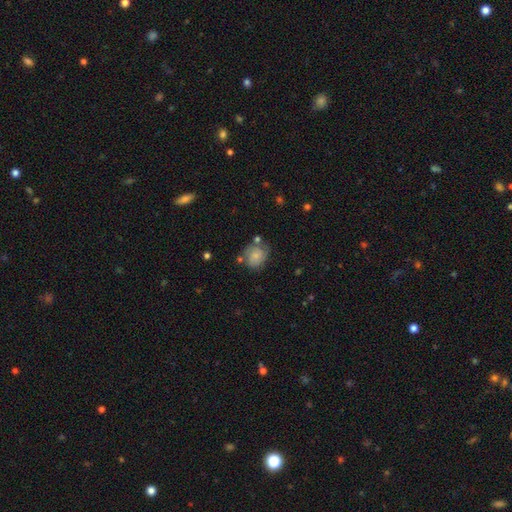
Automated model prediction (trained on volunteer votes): smooth_or_featured: smooth (p=0.62) [alt: featured or disk p=0.30]
how_rounded: round (p=0.66) [alt: in between p=0.33]
merging: none (p=0.58) [alt: minor disturbance p=0.24]